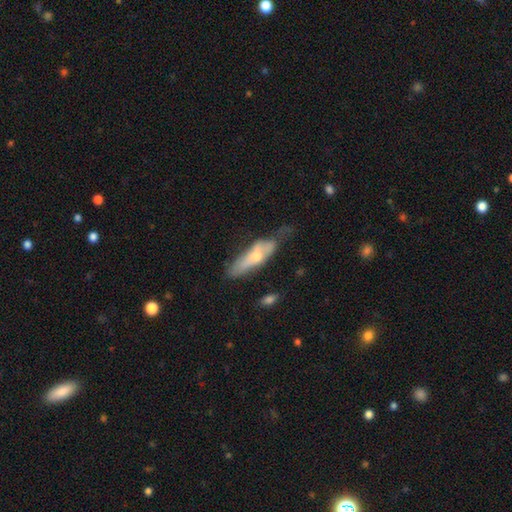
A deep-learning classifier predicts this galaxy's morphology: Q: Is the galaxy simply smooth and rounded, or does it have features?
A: smooth — 48%.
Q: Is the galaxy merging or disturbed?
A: none — 39%.